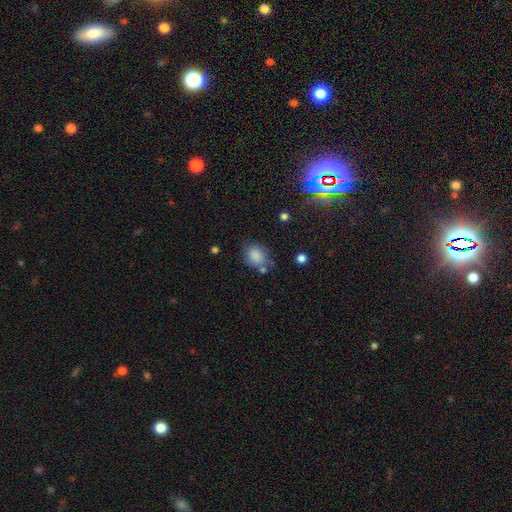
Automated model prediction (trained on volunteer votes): smooth 84%, star or artifact 10%, featured or disk 7%. Down the decision tree: how rounded — round (52%); merging — none (63%).